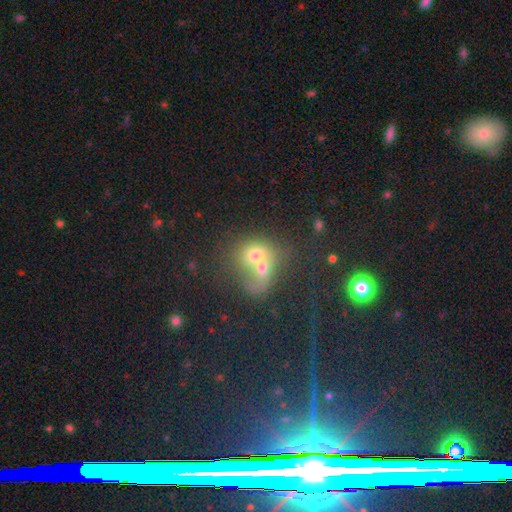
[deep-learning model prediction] A smooth galaxy with no disk features (56%) that is round (56%).

Vote fractions:
- Smooth or featured? smooth: 56% / featured or disk: 32% / star or artifact: 12%
- How rounded? round: 56% / in between: 43% / cigar-shaped: 1%
- Merging? merger: 76% / none: 13% / major disturbance: 6% / minor disturbance: 5%